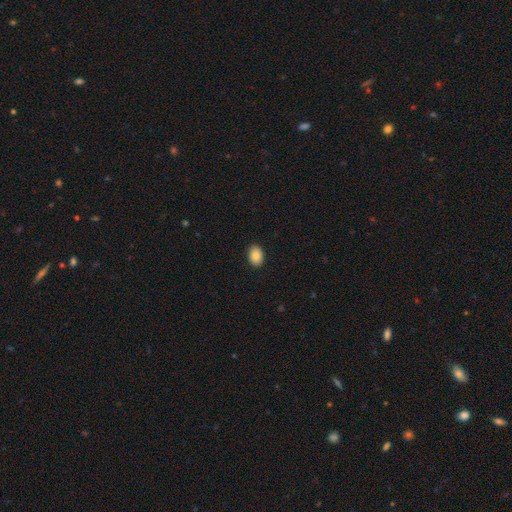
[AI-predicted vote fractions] Smooth or featured? smooth (87%)
How rounded? in between (84%)
Merging? none (90%)